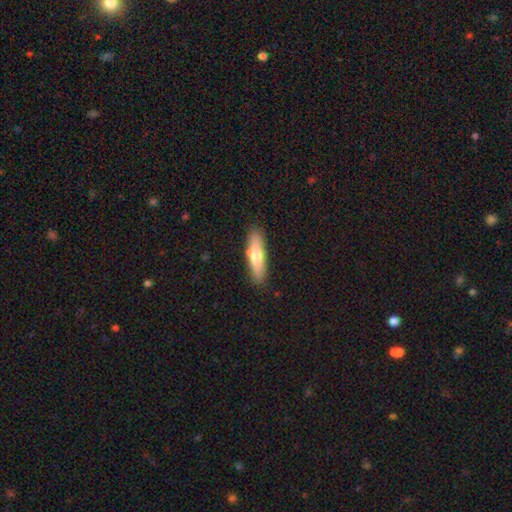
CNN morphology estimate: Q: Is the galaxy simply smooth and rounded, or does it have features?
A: smooth — 68%.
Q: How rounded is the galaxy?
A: cigar-shaped — 68%.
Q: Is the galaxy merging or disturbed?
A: none — 85%.